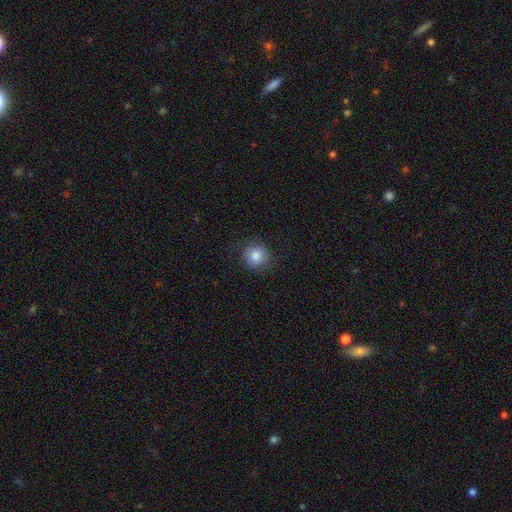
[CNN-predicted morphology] Smooth or featured?
  - smooth: 85% *
  - star or artifact: 9%
  - featured or disk: 5%
How rounded?
  - round: 88% *
  - in between: 11%
  - cigar-shaped: 1%
Merging?
  - none: 84% *
  - minor disturbance: 12%
  - major disturbance: 4%
  - merger: 1%